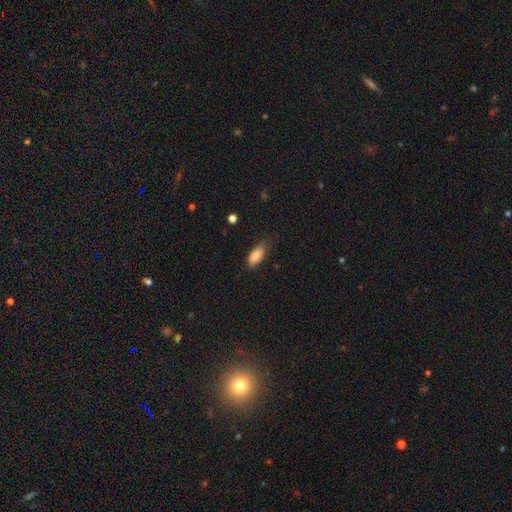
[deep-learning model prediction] Q: Smooth or featured?
A: smooth (85%); runner-up: featured or disk (8%)
Q: How rounded?
A: in between (83%); runner-up: cigar-shaped (15%)
Q: Merging?
A: none (65%); runner-up: minor disturbance (27%)